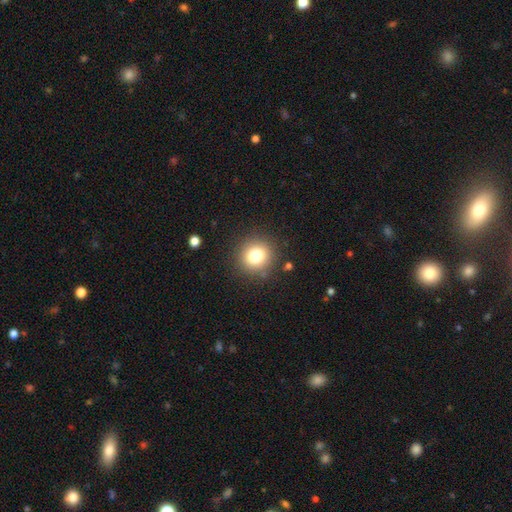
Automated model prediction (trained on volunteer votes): Smooth or featured? Predicted: smooth (p=0.78). How rounded? Predicted: round (p=0.91). Merging? Predicted: none (p=0.88).